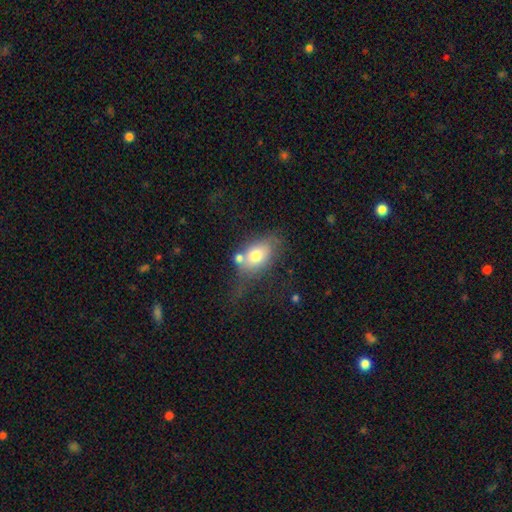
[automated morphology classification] Q: Smooth or featured?
A: smooth (69%); runner-up: featured or disk (22%)
Q: How rounded?
A: in between (78%); runner-up: round (20%)
Q: Merging?
A: none (39%); runner-up: minor disturbance (23%)